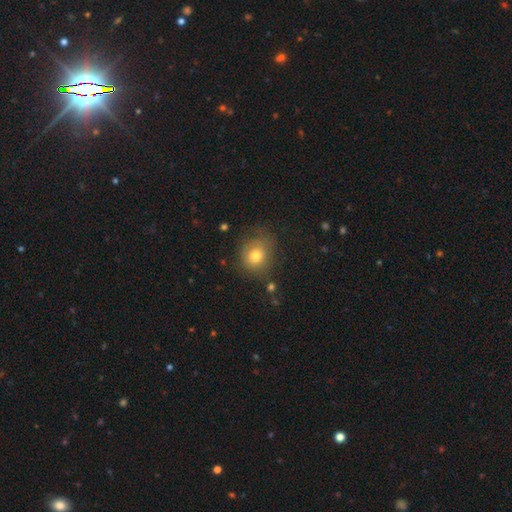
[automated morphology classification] smooth_or_featured: smooth (p=0.74) [alt: featured or disk p=0.15]
how_rounded: round (p=0.71) [alt: in between p=0.28]
merging: none (p=0.64) [alt: minor disturbance p=0.23]